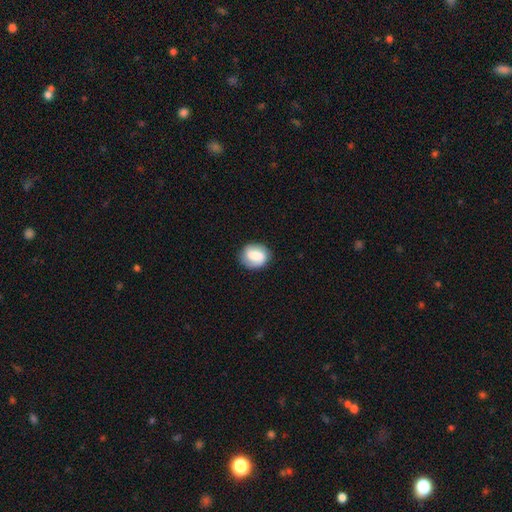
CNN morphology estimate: Q: Smooth or featured?
A: smooth (54%); runner-up: featured or disk (39%)
Q: How rounded?
A: round (67%); runner-up: in between (32%)
Q: Merging?
A: none (83%); runner-up: minor disturbance (12%)